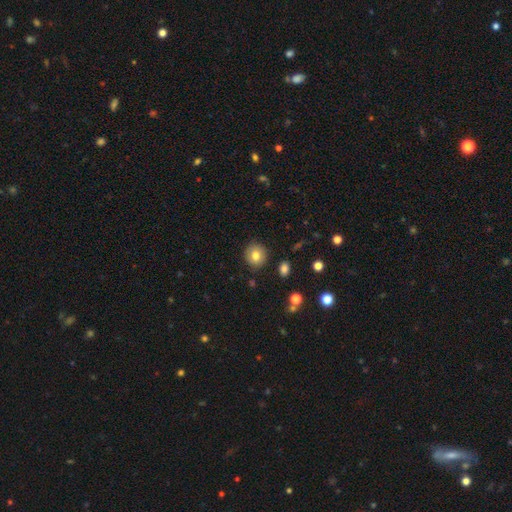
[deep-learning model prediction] A smooth galaxy with no disk features (78%) that is round (89%). Merging: none (88%).